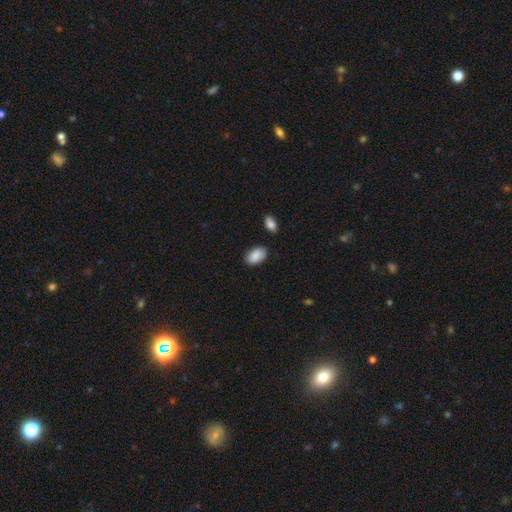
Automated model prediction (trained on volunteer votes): A smooth galaxy with no disk features (89%) that is in between round and cigar-shaped (92%). Merging: none (81%).